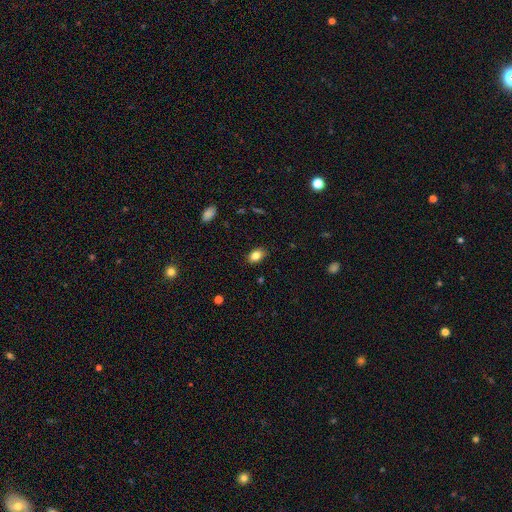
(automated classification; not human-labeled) A smooth galaxy with no disk features (83%) that is in between round and cigar-shaped (82%).

Vote fractions:
- Smooth or featured? smooth: 83% / star or artifact: 9% / featured or disk: 8%
- How rounded? in between: 82% / round: 16% / cigar-shaped: 2%
- Merging? none: 86% / minor disturbance: 11% / major disturbance: 2% / merger: 1%